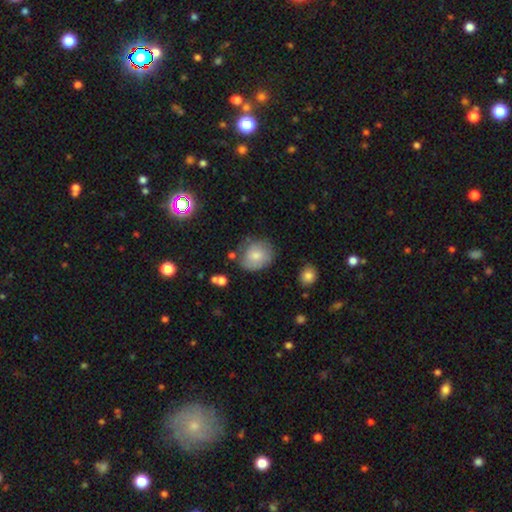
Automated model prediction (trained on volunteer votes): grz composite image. It shows a smooth galaxy with no disk features (69%) that is round (69%). Merging: none (65%).